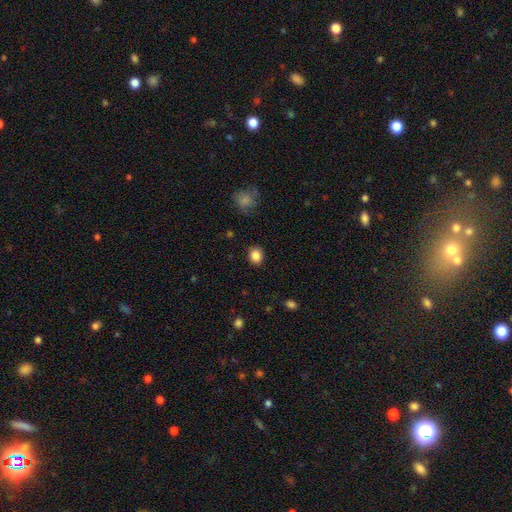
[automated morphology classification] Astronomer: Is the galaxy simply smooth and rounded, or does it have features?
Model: smooth — 86%.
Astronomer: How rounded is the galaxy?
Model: round — 62% (runner-up: in between, 37%).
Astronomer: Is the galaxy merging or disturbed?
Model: none — 89%.